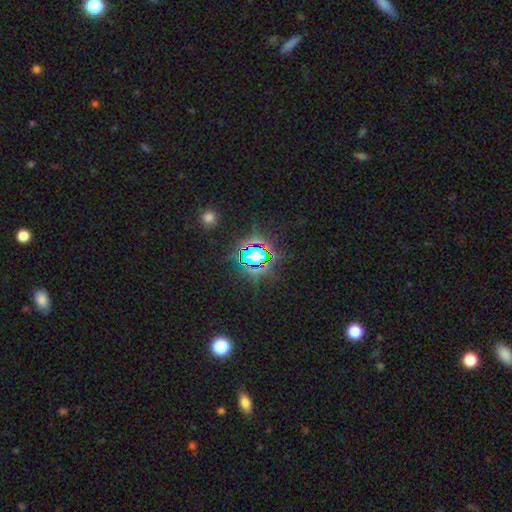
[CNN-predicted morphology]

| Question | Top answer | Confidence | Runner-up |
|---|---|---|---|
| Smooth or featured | star or artifact | 74% | smooth (16%) |